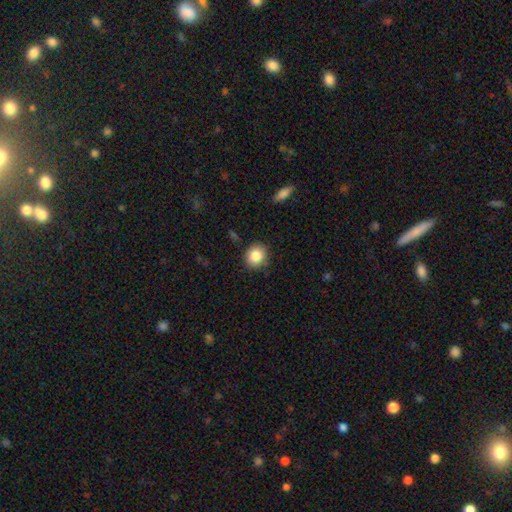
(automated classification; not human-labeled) Smooth or featured? smooth (85%)
How rounded? round (80%)
Merging? none (87%)